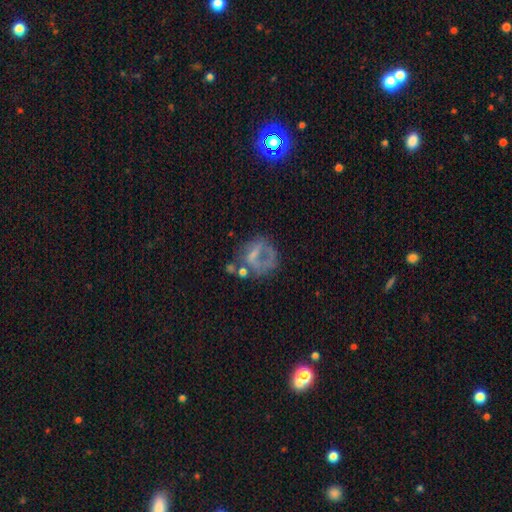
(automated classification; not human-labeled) This appears to be a featured or disk galaxy (49%). Merging: major disturbance (37%).